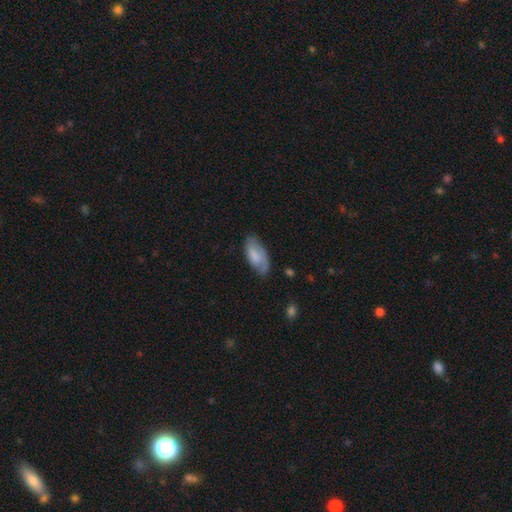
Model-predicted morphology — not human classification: Overall: smooth (67%). How rounded: in between (90%). Merging: none (64%; minor disturbance 27%).